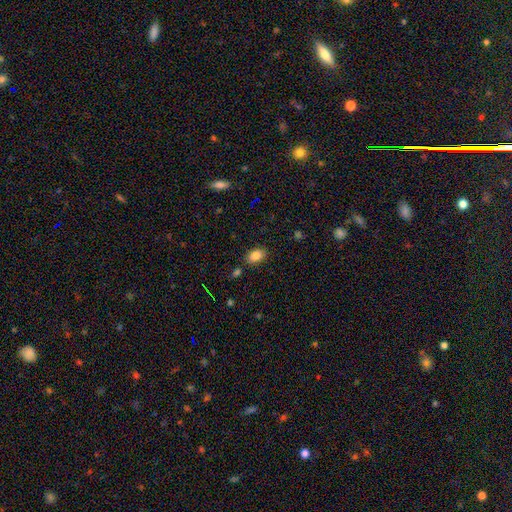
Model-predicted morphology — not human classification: Smooth or featured?
  - smooth: 85% *
  - star or artifact: 9%
  - featured or disk: 6%
How rounded?
  - in between: 88% *
  - round: 10%
  - cigar-shaped: 2%
Merging?
  - none: 83% *
  - minor disturbance: 11%
  - merger: 4%
  - major disturbance: 3%